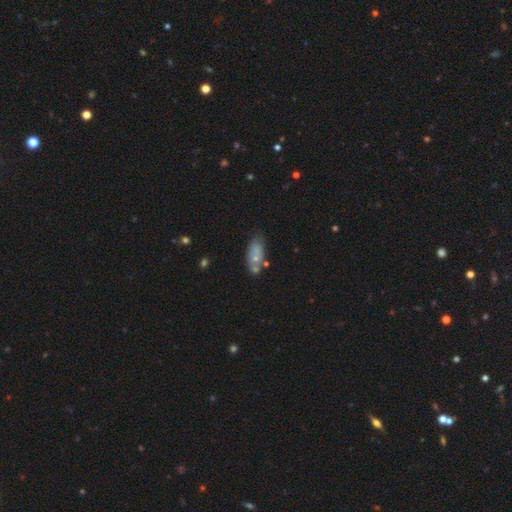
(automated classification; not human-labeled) Smooth or featured: smooth — 64% (featured or disk — 26%)
How rounded: in between — 83% (cigar-shaped — 13%)
Merging: none — 56% (minor disturbance — 22%)